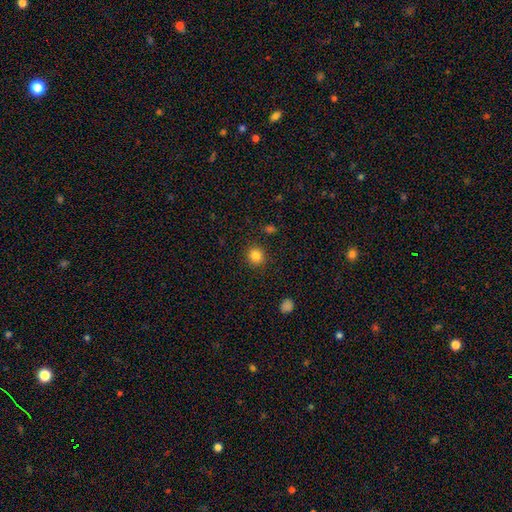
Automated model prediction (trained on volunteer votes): Smooth or featured? Predicted: smooth (p=0.84). How rounded? Predicted: round (p=0.90). Merging? Predicted: none (p=0.90).